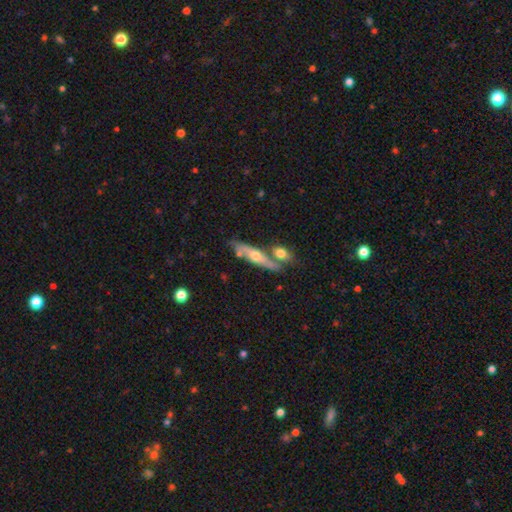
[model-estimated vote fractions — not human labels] This is likely a featured or disk galaxy (63%). It is likely viewed edge-on (80%). Edge-on bulge: clearly rounded (88%). Merging: likely none (64%).